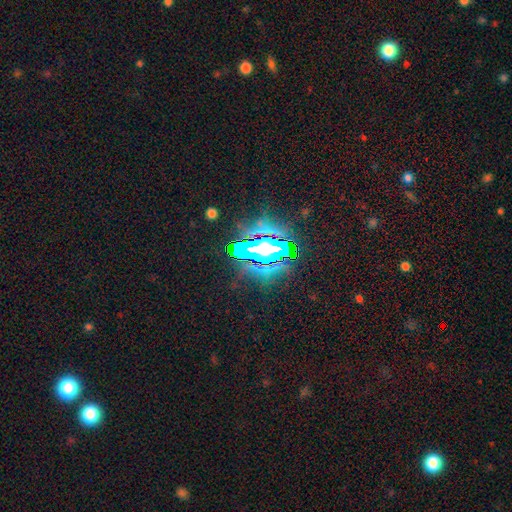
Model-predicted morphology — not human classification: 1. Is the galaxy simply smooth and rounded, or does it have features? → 65% star or artifact, 17% featured or disk, 17% smooth.